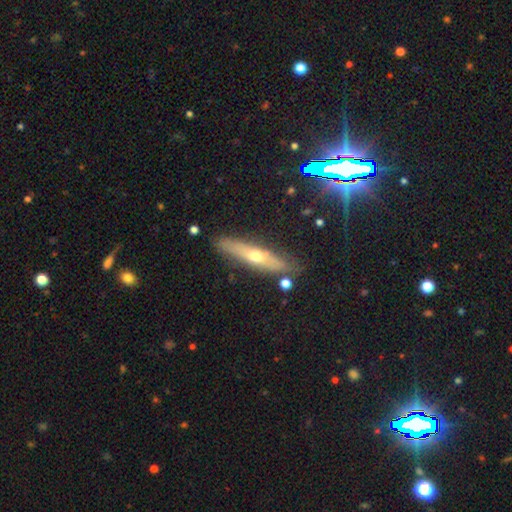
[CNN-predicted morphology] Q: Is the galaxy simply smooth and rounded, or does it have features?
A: featured or disk — 52%.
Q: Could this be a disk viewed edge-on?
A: yes — 79%.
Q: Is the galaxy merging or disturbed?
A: none — 83%.